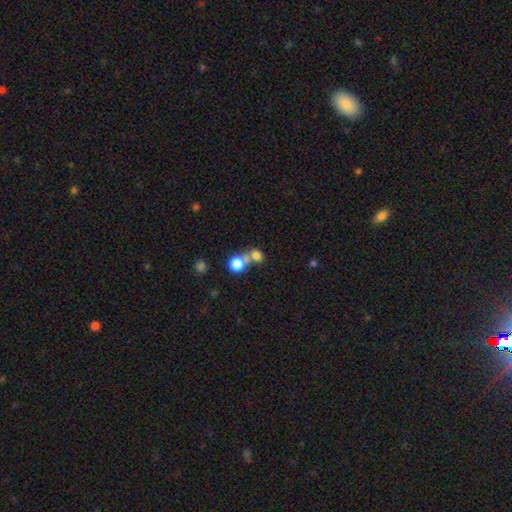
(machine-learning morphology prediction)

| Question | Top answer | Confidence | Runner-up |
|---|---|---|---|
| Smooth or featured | smooth | 78% | star or artifact (12%) |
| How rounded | round | 70% | in between (29%) |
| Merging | merger | 55% | none (35%) |